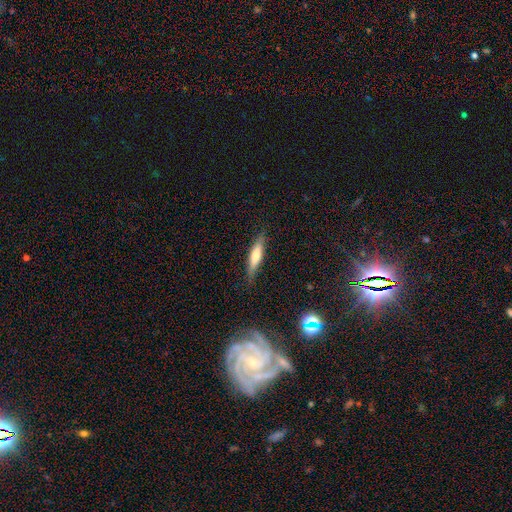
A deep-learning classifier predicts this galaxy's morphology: Q: Smooth or featured?
A: smooth (62%); runner-up: featured or disk (31%)
Q: How rounded?
A: cigar-shaped (81%); runner-up: in between (17%)
Q: Merging?
A: none (84%); runner-up: minor disturbance (12%)